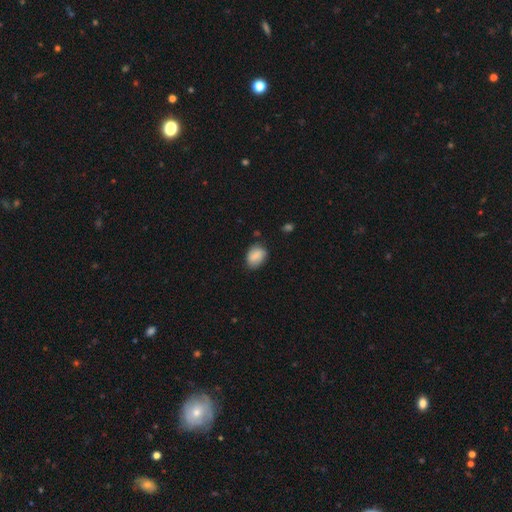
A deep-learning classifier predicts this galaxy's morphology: A smooth galaxy with no disk features (81%) that is in between round and cigar-shaped (73%).

Vote fractions:
- Smooth or featured? smooth: 81% / featured or disk: 12% / star or artifact: 7%
- How rounded? in between: 73% / round: 26% / cigar-shaped: 1%
- Merging? none: 69% / minor disturbance: 24% / major disturbance: 5% / merger: 2%